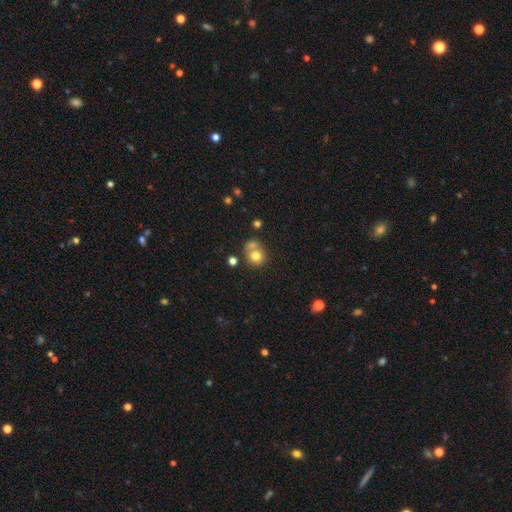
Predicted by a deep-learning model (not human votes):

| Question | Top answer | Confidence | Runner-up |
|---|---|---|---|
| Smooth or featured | smooth | 75% | featured or disk (14%) |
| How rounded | round | 77% | in between (22%) |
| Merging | merger | 42% | none (41%) |